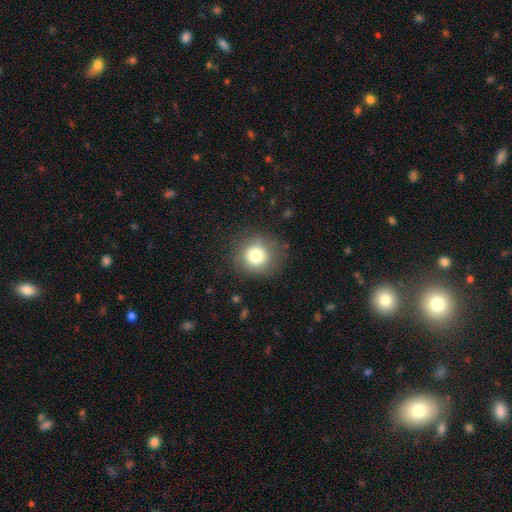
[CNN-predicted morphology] The model was most divided on "smooth or featured": smooth: 78%, star or artifact: 12%, featured or disk: 11%. More confident: how rounded — round (88%); merging — none (80%).